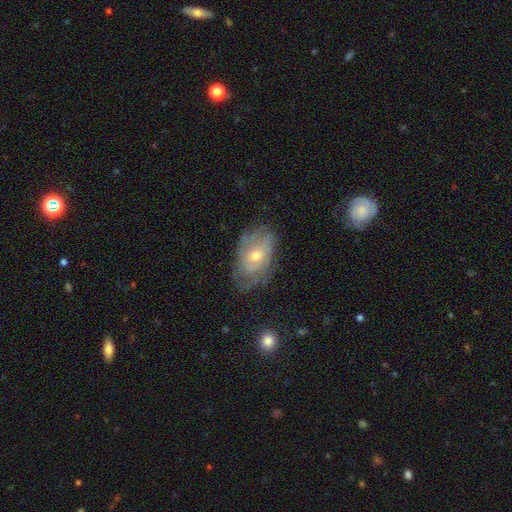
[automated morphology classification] Q: Smooth or featured?
A: featured or disk (67%); runner-up: smooth (26%)
Q: Edge-on disk?
A: no (93%); runner-up: yes (7%)
Q: Bar?
A: no (66%); runner-up: weak (29%)
Q: Spiral arms?
A: yes (75%); runner-up: no (25%)
Q: Bulge size?
A: moderate (54%); runner-up: small (42%)
Q: Merging?
A: none (59%); runner-up: minor disturbance (27%)